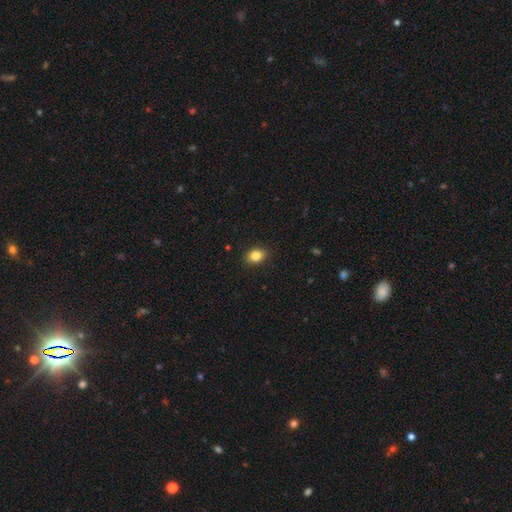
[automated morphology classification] smooth_or_featured: smooth (p=0.85) [alt: star or artifact p=0.10]
how_rounded: in between (p=0.64) [alt: round p=0.35]
merging: none (p=0.89) [alt: minor disturbance p=0.08]